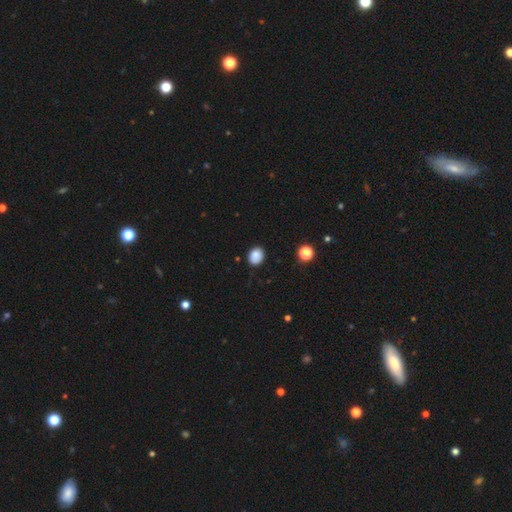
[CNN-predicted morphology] Smooth or featured? smooth (85%)
How rounded? in between (51%)
Merging? none (83%)